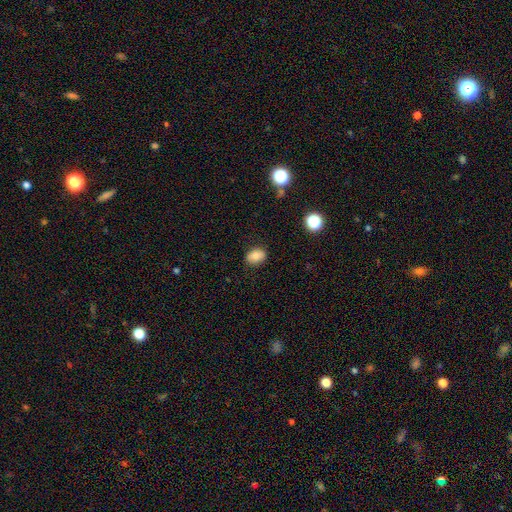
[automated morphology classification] Smooth or featured? smooth (81%)
How rounded? in between (71%)
Merging? none (84%)